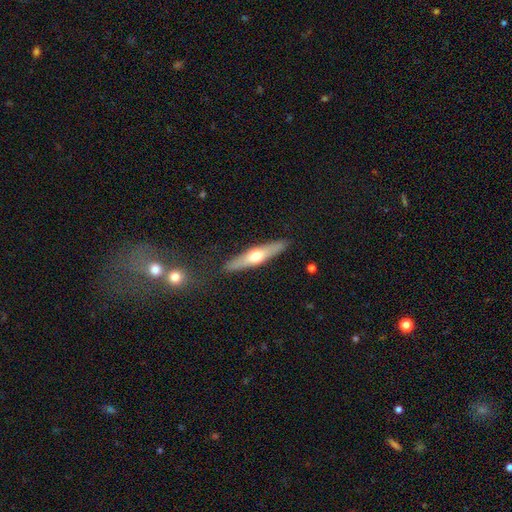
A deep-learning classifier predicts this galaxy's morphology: smooth_or_featured: featured or disk (p=0.54) [alt: smooth p=0.41]
disk_edge_on: yes (p=0.91) [alt: no p=0.09]
merging: none (p=0.89) [alt: minor disturbance p=0.08]